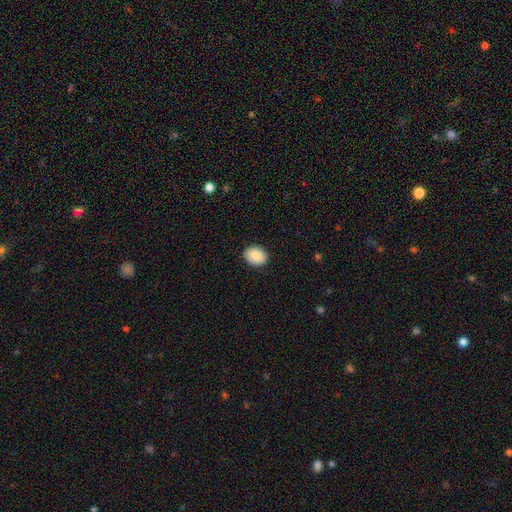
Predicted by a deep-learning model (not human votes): Smooth or featured: smooth — 88% (star or artifact — 7%)
How rounded: in between — 64% (round — 35%)
Merging: none — 89% (minor disturbance — 8%)